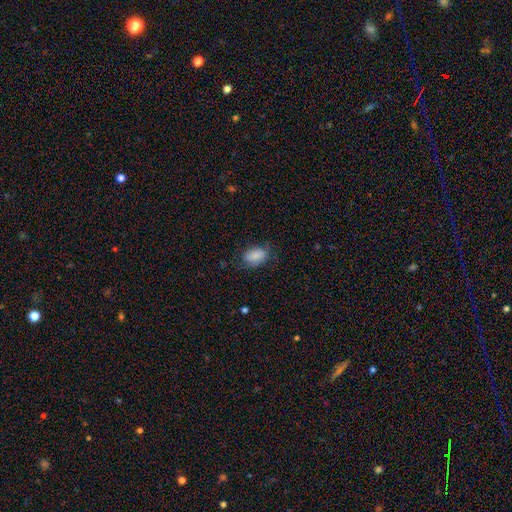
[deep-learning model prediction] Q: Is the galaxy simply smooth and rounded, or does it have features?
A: smooth — 84%.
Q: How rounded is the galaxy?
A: in between — 88%.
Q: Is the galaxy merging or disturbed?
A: none — 66%.